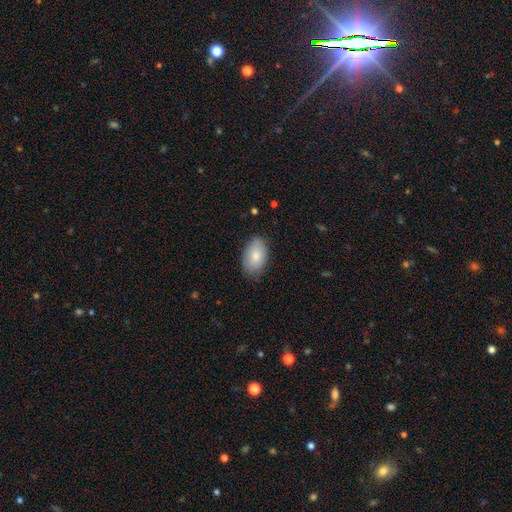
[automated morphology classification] Smooth or featured: smooth — 82% (featured or disk — 12%)
How rounded: in between — 94% (round — 5%)
Merging: none — 80% (minor disturbance — 16%)